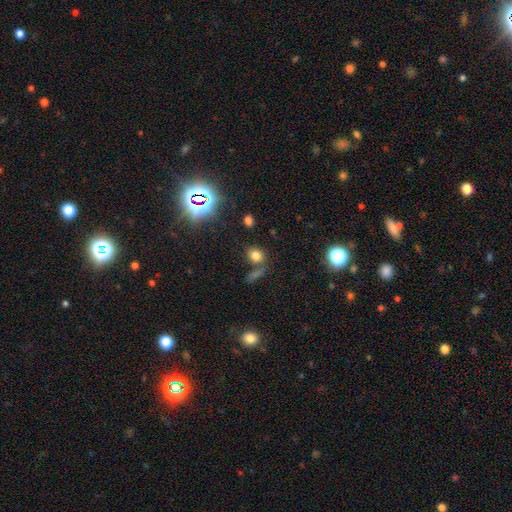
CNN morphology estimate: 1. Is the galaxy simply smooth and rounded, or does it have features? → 72% smooth, 20% star or artifact, 8% featured or disk.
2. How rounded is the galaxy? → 49% round (tied), 49% in between (tied), 2% cigar-shaped.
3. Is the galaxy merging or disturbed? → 69% none, 15% merger, 11% minor disturbance, 5% major disturbance.